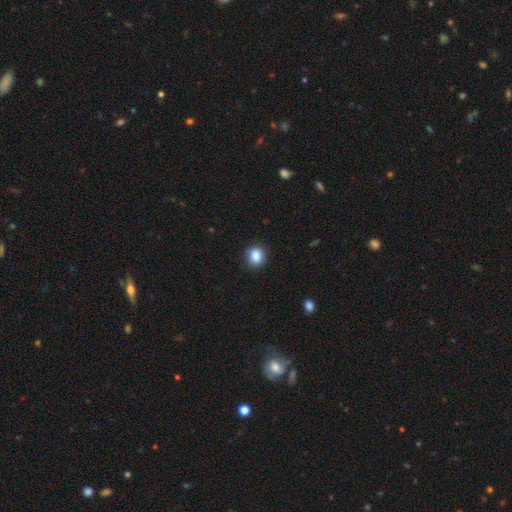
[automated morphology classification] Overall: smooth (86%). How rounded: round (67%; in between 32%). Merging: none (89%).